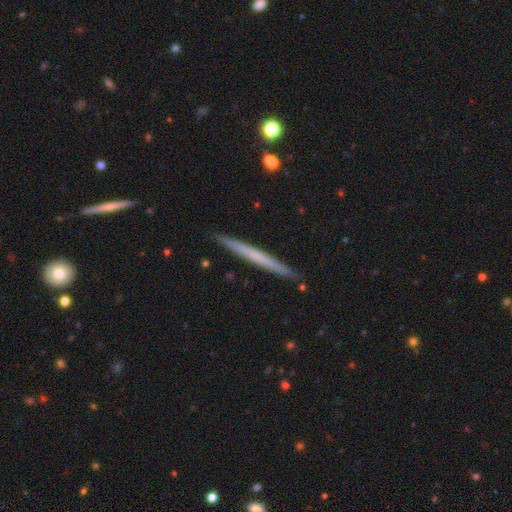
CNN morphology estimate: A smooth galaxy with no disk features (49%). Merging: none (92%).